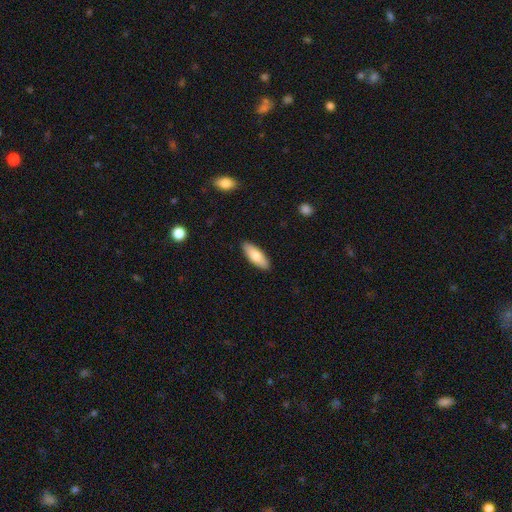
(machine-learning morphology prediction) Overall: smooth (78%). How rounded: in between (69%; cigar-shaped 29%). Merging: none (89%).